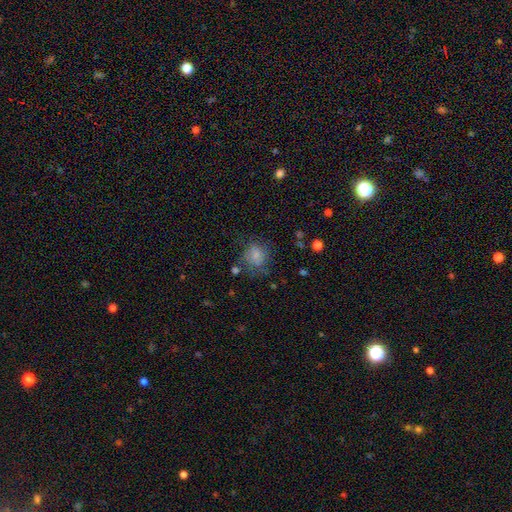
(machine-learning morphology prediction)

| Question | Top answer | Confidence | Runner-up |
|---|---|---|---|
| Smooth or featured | smooth | 72% | featured or disk (17%) |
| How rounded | round | 68% | in between (31%) |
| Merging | none | 54% | minor disturbance (24%) |